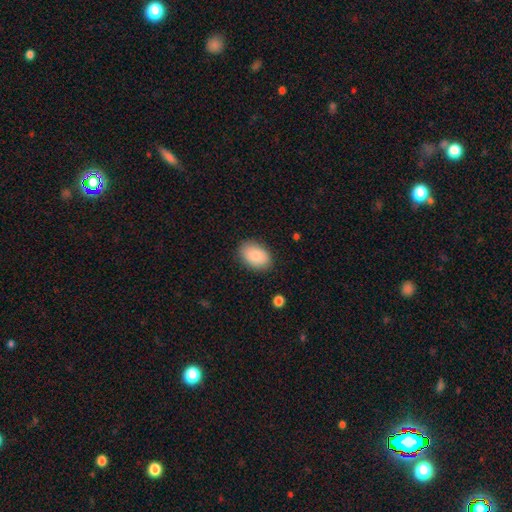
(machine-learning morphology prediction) Q: Smooth or featured?
A: smooth (85%); runner-up: featured or disk (8%)
Q: How rounded?
A: in between (88%); runner-up: round (11%)
Q: Merging?
A: none (85%); runner-up: minor disturbance (11%)